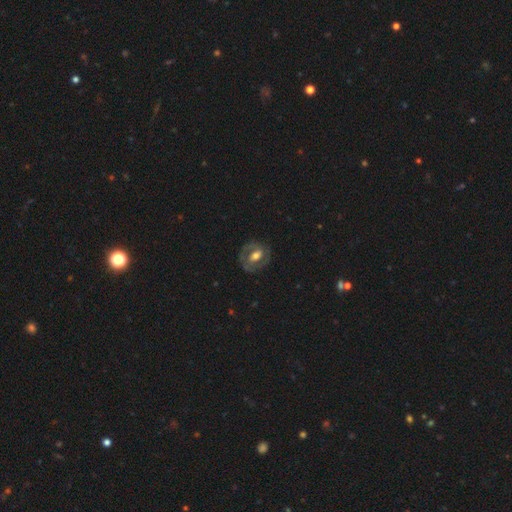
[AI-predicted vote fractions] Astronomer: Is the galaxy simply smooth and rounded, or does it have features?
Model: featured or disk — 63%.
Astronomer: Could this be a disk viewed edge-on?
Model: no — 95%.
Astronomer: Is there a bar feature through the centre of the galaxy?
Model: no — 40% (runner-up: weak, 38%).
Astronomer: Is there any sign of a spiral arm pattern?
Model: yes — 53% (runner-up: no, 47%).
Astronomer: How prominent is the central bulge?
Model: moderate — 57%.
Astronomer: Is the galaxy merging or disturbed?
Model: none — 75%.